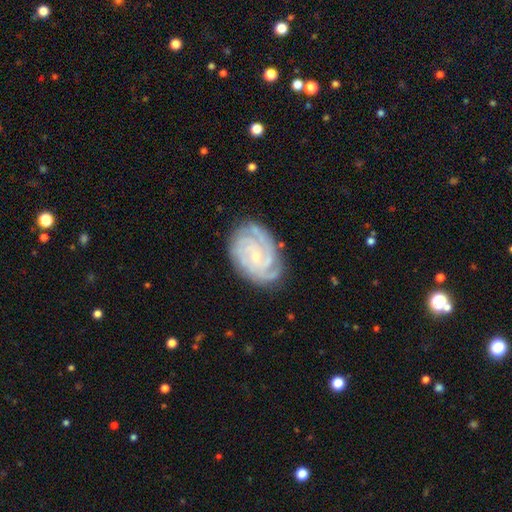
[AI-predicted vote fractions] smooth_or_featured: featured or disk (p=0.88) [alt: smooth p=0.07]
disk_edge_on: no (p=0.97) [alt: yes p=0.03]
bar: no (p=0.65) [alt: weak p=0.28]
has_spiral_arms: yes (p=0.98) [alt: no p=0.02]
spiral_winding: tight (p=0.77) [alt: medium p=0.20]
spiral_arm_count: 3 (p=0.30) [alt: 4 p=0.26]
bulge_size: small (p=0.73) [alt: moderate p=0.23]
merging: none (p=0.79) [alt: minor disturbance p=0.16]